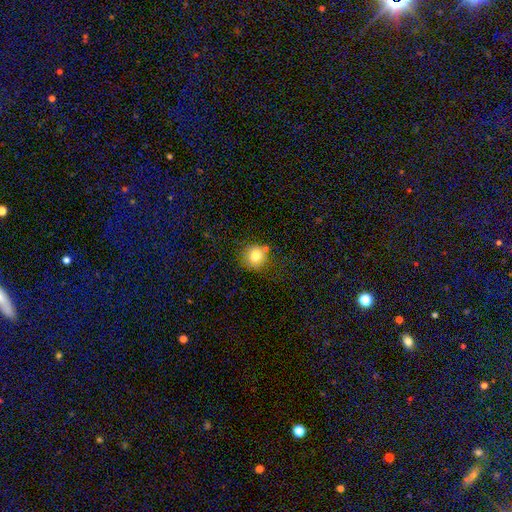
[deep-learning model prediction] smooth 79%, star or artifact 11%, featured or disk 10%. Down the decision tree: how rounded — round (92%); merging — none (76%).